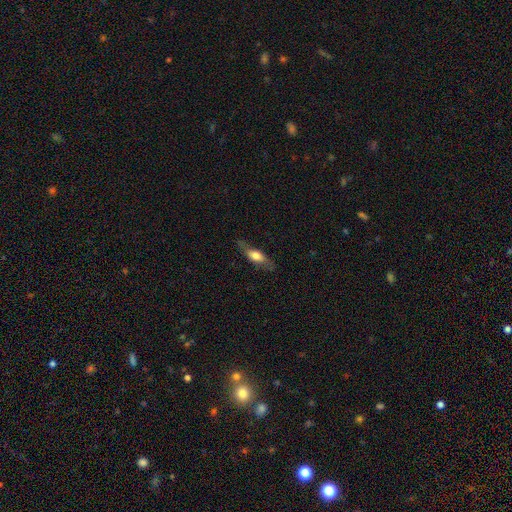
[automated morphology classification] Smooth or featured: smooth — 53% (featured or disk — 40%)
How rounded: in between — 56% (cigar-shaped — 40%)
Merging: none — 70% (minor disturbance — 21%)